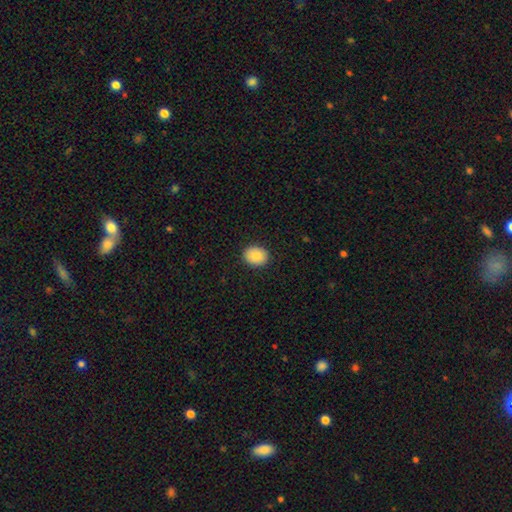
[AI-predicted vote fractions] This is clearly a smooth galaxy (86%). How rounded: possibly round (53%). Merging: clearly none (90%).